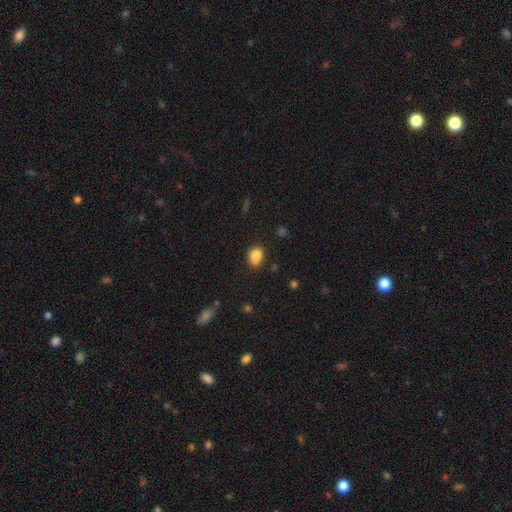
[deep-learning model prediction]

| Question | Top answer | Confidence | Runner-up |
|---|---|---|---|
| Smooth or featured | smooth | 84% | star or artifact (10%) |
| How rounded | in between | 67% | round (31%) |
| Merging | none | 62% | minor disturbance (24%) |